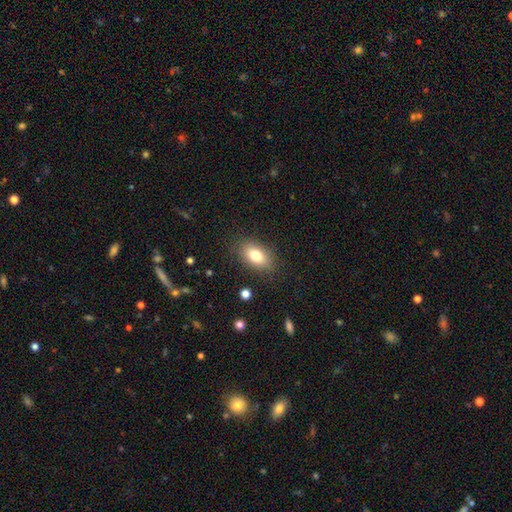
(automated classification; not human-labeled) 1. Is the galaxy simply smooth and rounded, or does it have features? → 78% smooth, 13% featured or disk, 9% star or artifact.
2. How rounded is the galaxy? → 88% in between, 9% round, 3% cigar-shaped.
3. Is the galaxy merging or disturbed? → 84% none, 11% minor disturbance, 3% major disturbance, 1% merger.